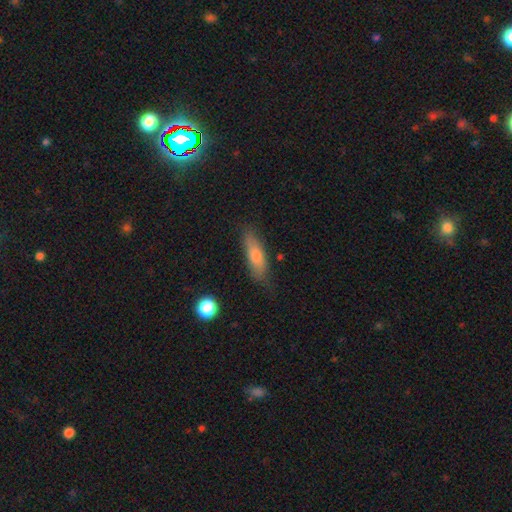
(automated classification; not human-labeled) Morphology: type=smooth (74%); roundness=cigar-shaped (57%); merging=none (73%).